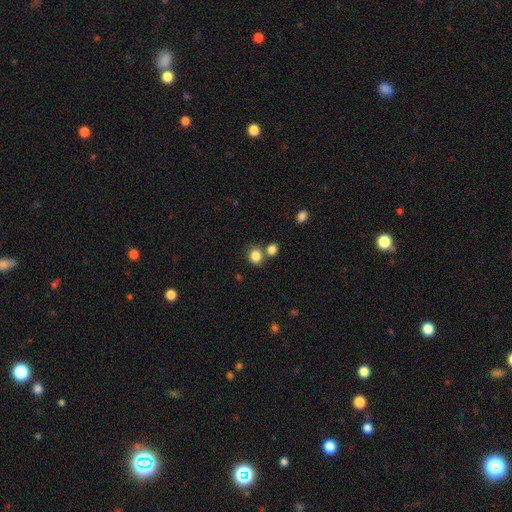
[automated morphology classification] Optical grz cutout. It shows a smooth galaxy with no disk features (84%) that is round (67%). Merging: none (61%).